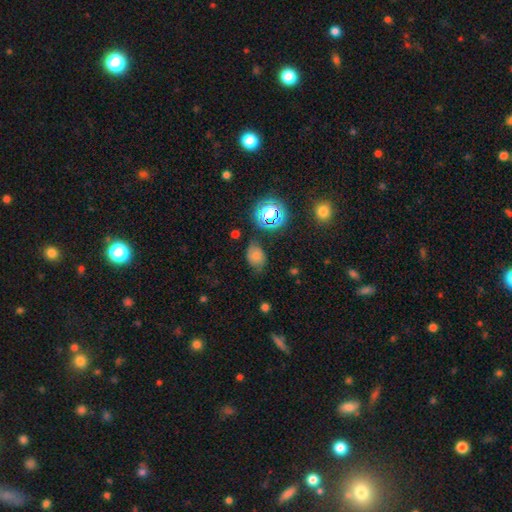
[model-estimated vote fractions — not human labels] The model was most divided on "merging": none: 63%, minor disturbance: 26%, major disturbance: 8%, merger: 3%. More confident: how rounded — in between (72%); smooth or featured — smooth (66%).